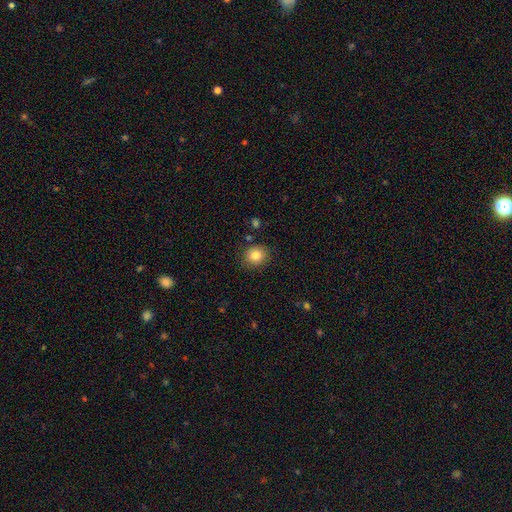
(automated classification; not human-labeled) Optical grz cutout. It shows a smooth galaxy with no disk features (83%) that is round (77%). Merging: none (87%).